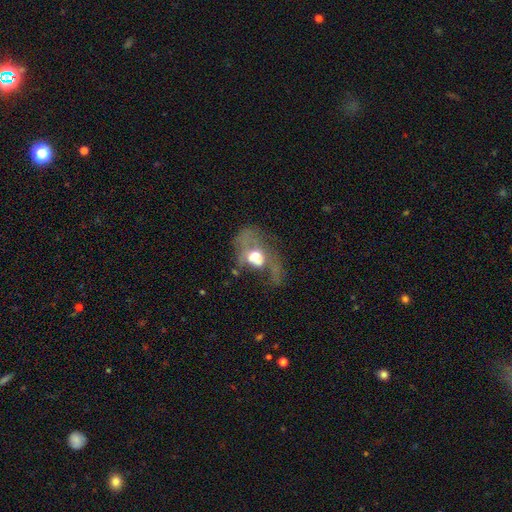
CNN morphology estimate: Q: Smooth or featured?
A: featured or disk (51%); runner-up: smooth (39%)
Q: Edge-on disk?
A: no (95%); runner-up: yes (5%)
Q: Merging?
A: major disturbance (57%); runner-up: none (16%)